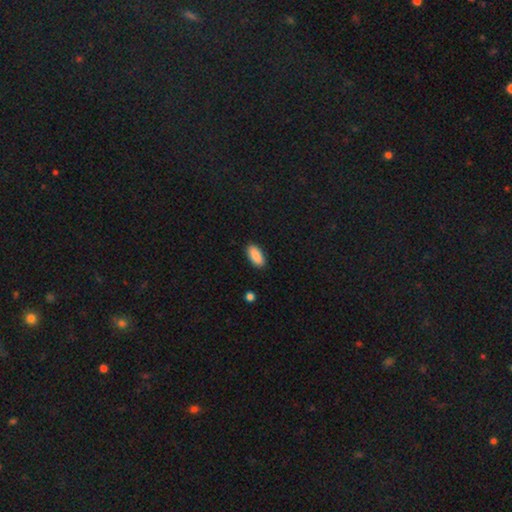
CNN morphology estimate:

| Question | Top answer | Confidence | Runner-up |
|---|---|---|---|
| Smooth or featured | smooth | 90% | star or artifact (7%) |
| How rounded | in between | 89% | cigar-shaped (9%) |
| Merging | none | 89% | minor disturbance (8%) |